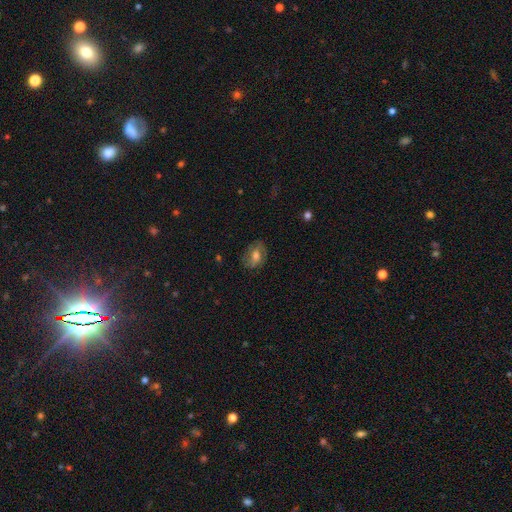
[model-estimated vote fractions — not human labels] This is possibly a smooth galaxy (49%). Merging: likely none (73%).